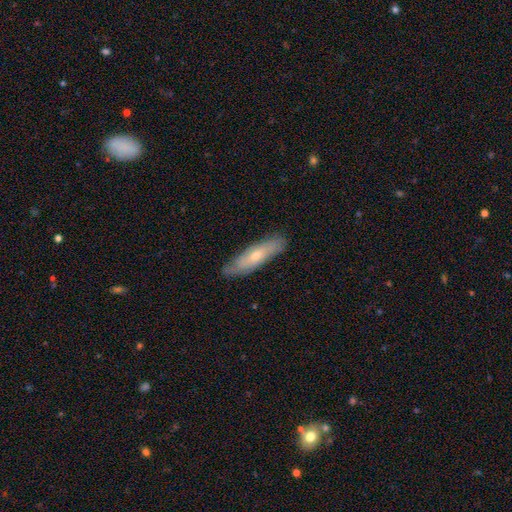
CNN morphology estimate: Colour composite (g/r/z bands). It shows a featured or disk galaxy (47%). Merging: none (81%).